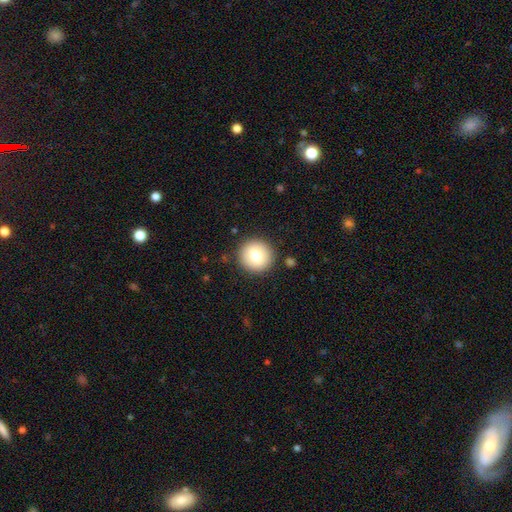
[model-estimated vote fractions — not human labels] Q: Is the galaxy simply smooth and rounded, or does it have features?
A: smooth — 74%.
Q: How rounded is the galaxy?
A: round — 94%.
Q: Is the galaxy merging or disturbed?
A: none — 89%.